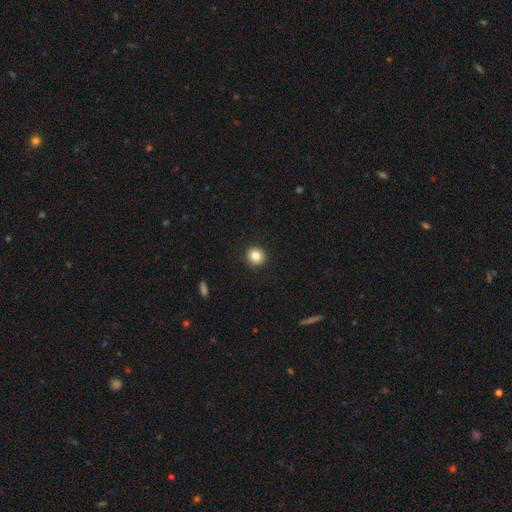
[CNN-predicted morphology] This is clearly a smooth galaxy (84%). How rounded: clearly round (92%). Merging: clearly none (93%).